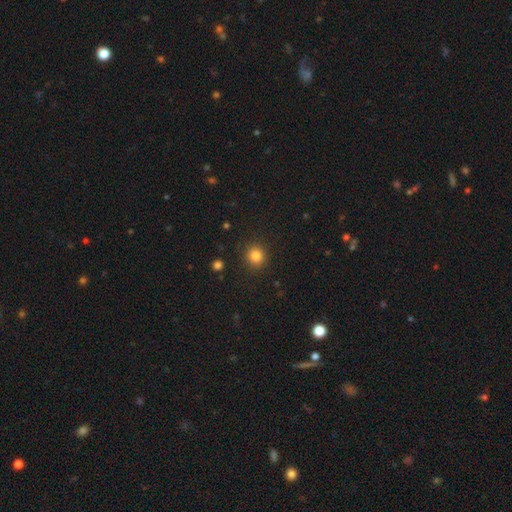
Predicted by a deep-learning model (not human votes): The model was most divided on "smooth or featured": smooth: 83%, star or artifact: 12%, featured or disk: 5%. More confident: merging — none (90%); how rounded — round (89%).